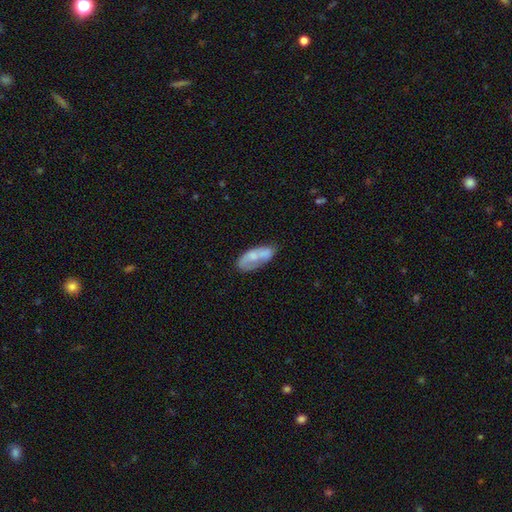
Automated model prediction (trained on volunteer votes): Morphology: type=smooth (56%); roundness=in between (83%); merging=none (47%).